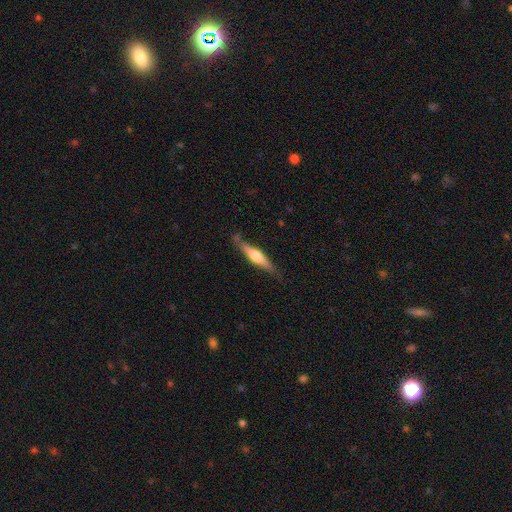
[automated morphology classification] A featured or disk galaxy (55%) viewed edge-on (93%) with a rounded central bulge (82%). Merging: none (74%).